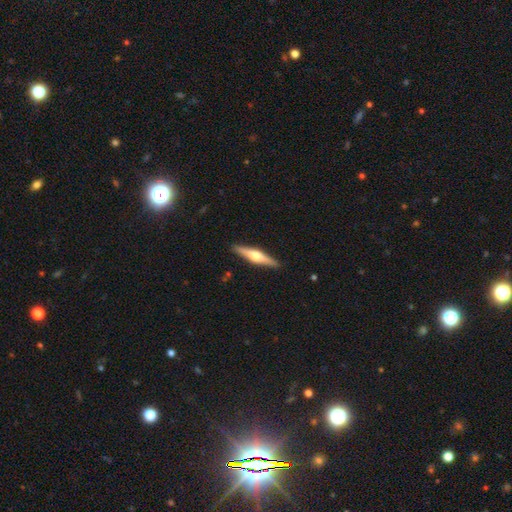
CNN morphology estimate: smooth-or-featured: featured or disk: 67% | smooth: 28% | star or artifact: 5%
  disk-edge-on: yes: 97% | no: 3%
    edge-on-bulge: rounded: 93% | boxy: 5% | none: 3%
  merging: none: 91% | minor disturbance: 7% | major disturbance: 1% | merger: 1%